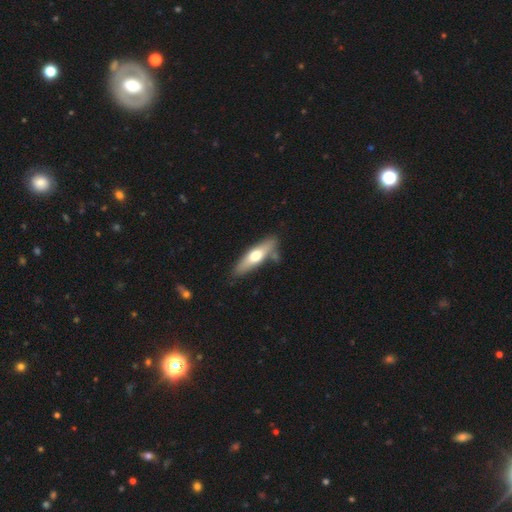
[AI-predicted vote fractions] smooth_or_featured: smooth (p=0.54) [alt: featured or disk p=0.41]
how_rounded: cigar-shaped (p=0.66) [alt: in between p=0.32]
merging: none (p=0.77) [alt: minor disturbance p=0.14]